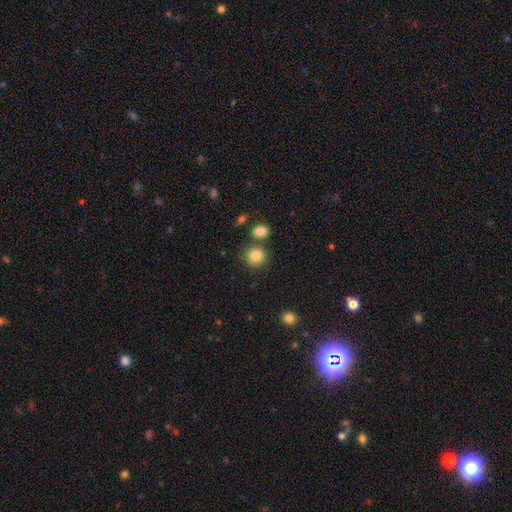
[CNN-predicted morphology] smooth 85%, star or artifact 10%, featured or disk 5%. Down the decision tree: how rounded — round (87%); merging — none (75%).